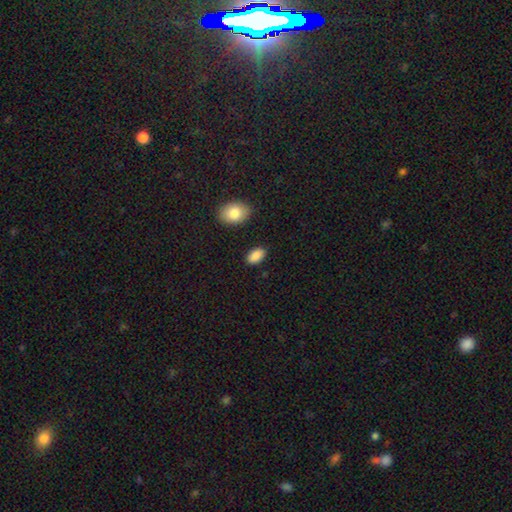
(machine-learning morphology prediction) smooth-or-featured: smooth: 89% | star or artifact: 7% | featured or disk: 4%
  how-rounded: in between: 93% | round: 5% | cigar-shaped: 2%
  merging: none: 86% | minor disturbance: 9% | major disturbance: 2% | merger: 2%